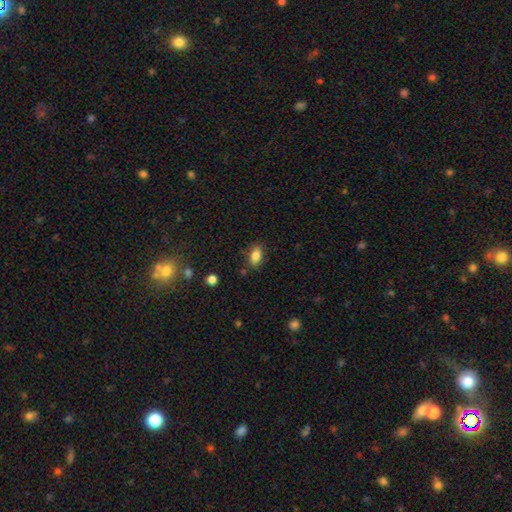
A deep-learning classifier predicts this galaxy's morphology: Q: Smooth or featured?
A: smooth (84%); runner-up: star or artifact (9%)
Q: How rounded?
A: in between (87%); runner-up: round (8%)
Q: Merging?
A: none (82%); runner-up: minor disturbance (13%)